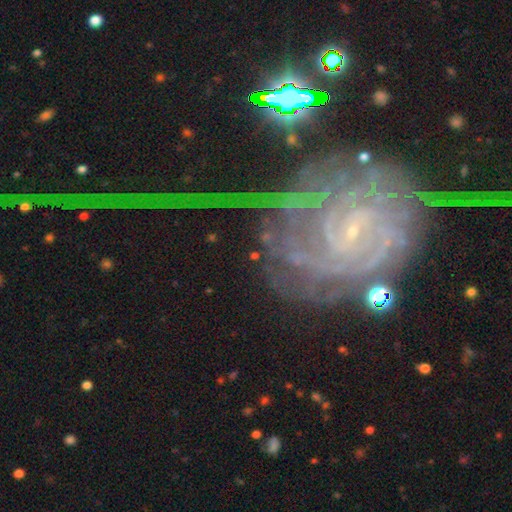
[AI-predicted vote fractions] Smooth or featured? featured or disk (75%)
Edge-on disk? no (95%)
Bar? no (40%)
Spiral arms? yes (94%)
Spiral winding? tight (69%)
Spiral arm count? can't tell (27%)
Bulge size? small (74%)
Merging? none (65%)